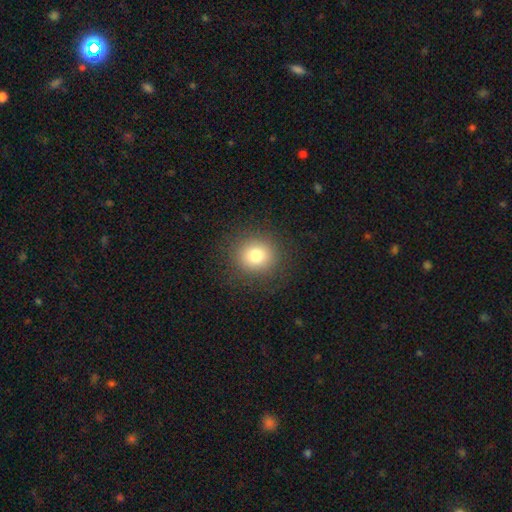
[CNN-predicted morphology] Smooth or featured? smooth (80%)
How rounded? round (88%)
Merging? none (88%)